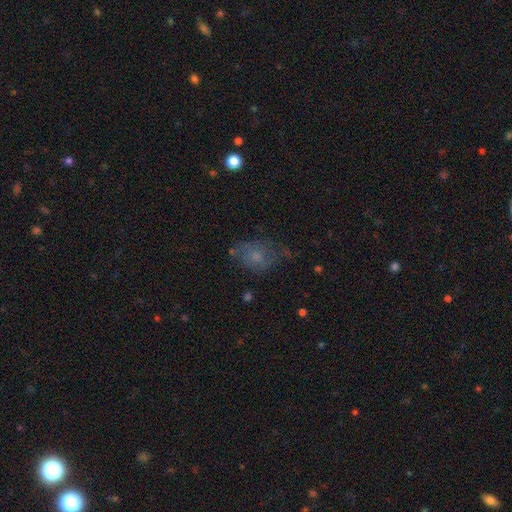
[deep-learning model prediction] smooth 60%, featured or disk 27%, star or artifact 14%. Down the decision tree: how rounded — in between (62%); merging — none (48%).